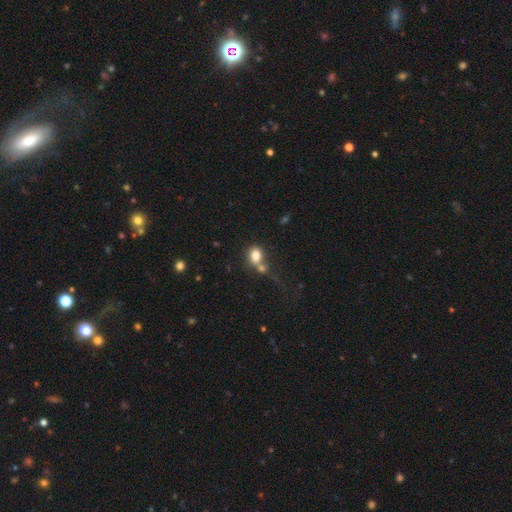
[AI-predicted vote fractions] smooth_or_featured: smooth (p=0.78) [alt: featured or disk p=0.11]
how_rounded: in between (p=0.54) [alt: round p=0.44]
merging: merger (p=0.48) [alt: none p=0.33]